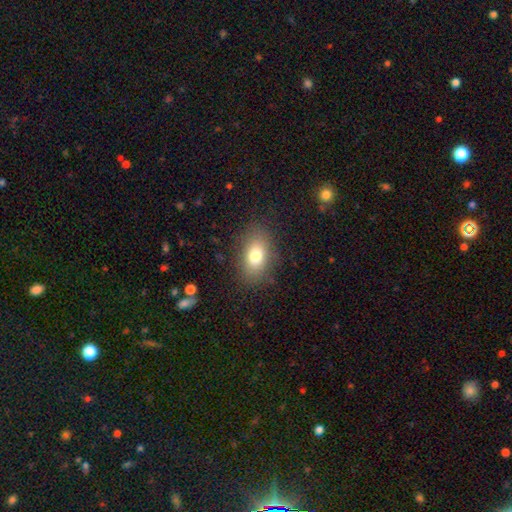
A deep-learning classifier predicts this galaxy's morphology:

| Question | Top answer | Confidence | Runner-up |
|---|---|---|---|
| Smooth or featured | smooth | 78% | featured or disk (13%) |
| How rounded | in between | 86% | round (12%) |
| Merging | none | 83% | minor disturbance (11%) |